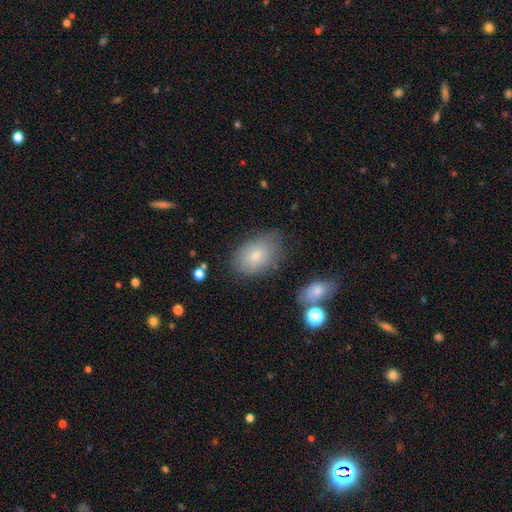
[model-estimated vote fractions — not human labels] A smooth galaxy with no disk features (76%) that is in between round and cigar-shaped (86%).

Vote fractions:
- Smooth or featured? smooth: 76% / featured or disk: 16% / star or artifact: 8%
- How rounded? in between: 86% / round: 13% / cigar-shaped: 1%
- Merging? none: 69% / minor disturbance: 22% / major disturbance: 6% / merger: 3%